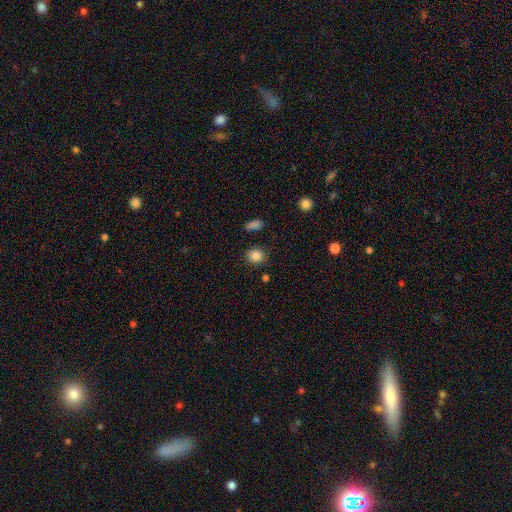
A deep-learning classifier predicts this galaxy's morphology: Smooth or featured?
  - smooth: 86% *
  - star or artifact: 10%
  - featured or disk: 4%
How rounded?
  - round: 75% *
  - in between: 24%
  - cigar-shaped: 1%
Merging?
  - none: 85% *
  - minor disturbance: 9%
  - major disturbance: 3%
  - merger: 3%